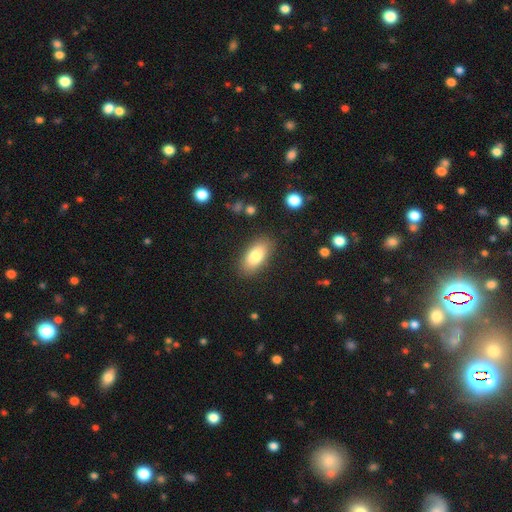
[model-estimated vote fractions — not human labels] smooth 81%, featured or disk 12%, star or artifact 7%. Down the decision tree: how rounded — in between (88%); merging — none (85%).